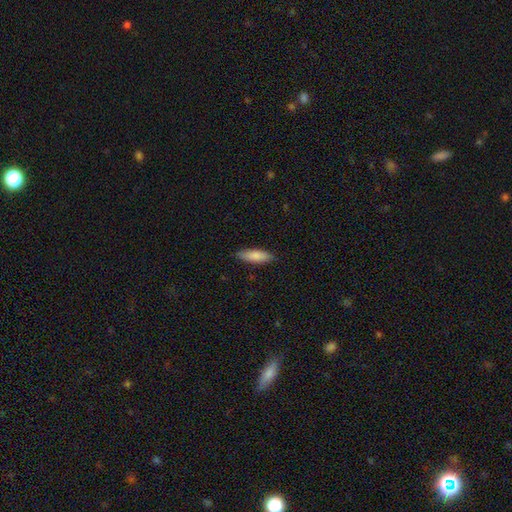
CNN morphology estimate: smooth-or-featured: smooth: 84% | featured or disk: 10% | star or artifact: 6%
  how-rounded: in between: 51% | cigar-shaped: 47% | round: 2%
  merging: none: 88% | minor disturbance: 9% | major disturbance: 2% | merger: 1%